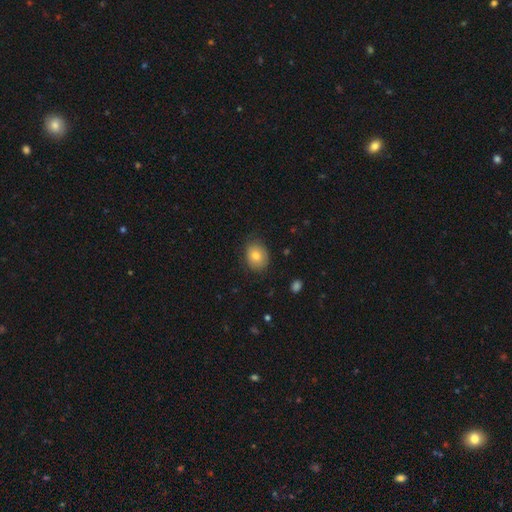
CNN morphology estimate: smooth-or-featured: smooth: 80% | featured or disk: 11% | star or artifact: 9%
  how-rounded: in between: 55% | round: 44% | cigar-shaped: 1%
  merging: none: 80% | minor disturbance: 15% | major disturbance: 3% | merger: 1%